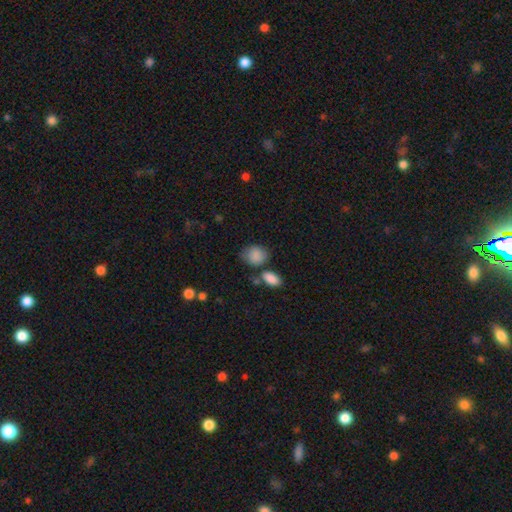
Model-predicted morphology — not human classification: Smooth or featured: smooth — 86% (star or artifact — 8%)
How rounded: in between — 55% (round — 43%)
Merging: none — 59% (minor disturbance — 21%)